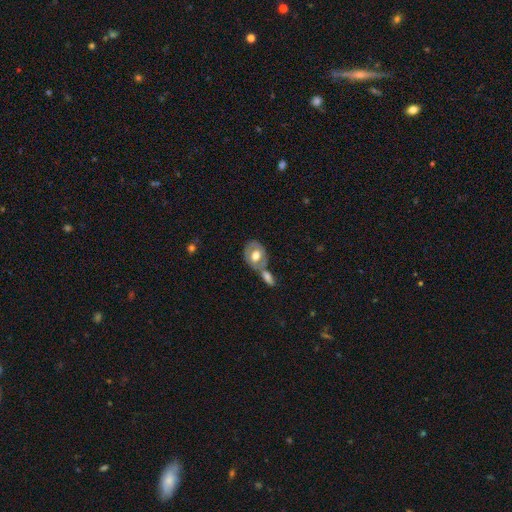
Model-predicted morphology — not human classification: type=smooth (51%); roundness=in between (68%); merging=merger (43%).